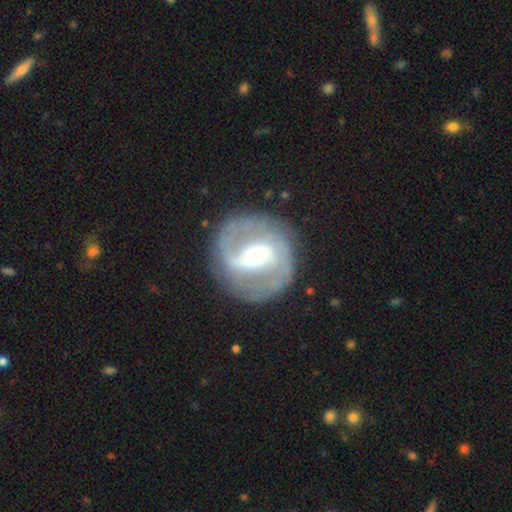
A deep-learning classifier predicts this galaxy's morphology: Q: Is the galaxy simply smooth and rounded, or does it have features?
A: featured or disk — 82%.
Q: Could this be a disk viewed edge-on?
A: no — 97%.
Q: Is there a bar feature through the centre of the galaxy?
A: weak — 40%.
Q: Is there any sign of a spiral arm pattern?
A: yes — 89%.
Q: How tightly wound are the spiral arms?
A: medium — 46%.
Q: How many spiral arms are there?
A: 2 — 82%.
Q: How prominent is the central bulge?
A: moderate — 48%.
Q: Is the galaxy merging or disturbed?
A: none — 82%.